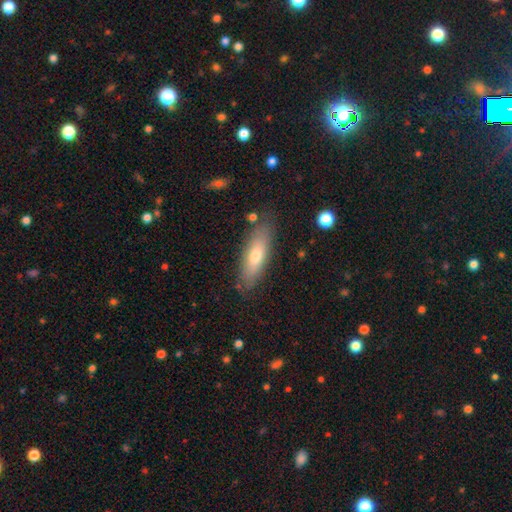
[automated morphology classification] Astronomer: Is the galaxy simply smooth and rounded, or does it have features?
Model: smooth — 65%.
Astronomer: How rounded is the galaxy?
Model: in between — 53% (runner-up: cigar-shaped, 45%).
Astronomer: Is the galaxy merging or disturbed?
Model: none — 81%.